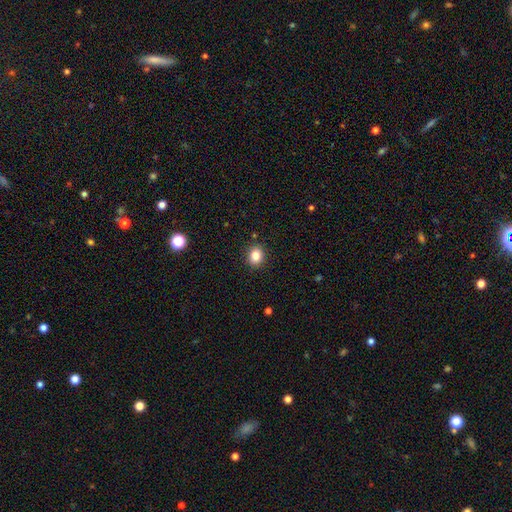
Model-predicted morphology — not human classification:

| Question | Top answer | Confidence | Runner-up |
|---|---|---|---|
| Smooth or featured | smooth | 83% | star or artifact (11%) |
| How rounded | round | 63% | in between (36%) |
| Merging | none | 90% | minor disturbance (7%) |